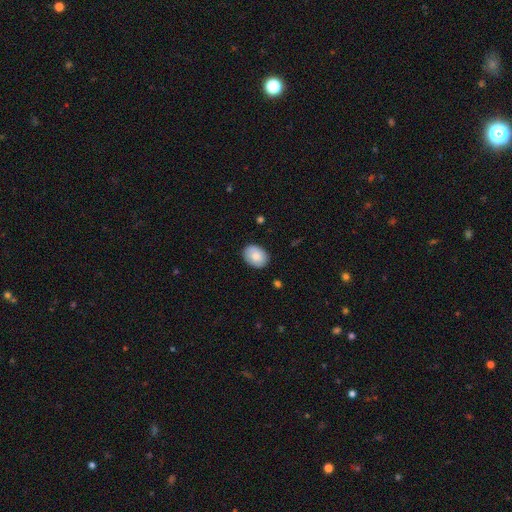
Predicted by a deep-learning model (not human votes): smooth_or_featured: smooth (p=0.84) [alt: featured or disk p=0.09]
how_rounded: in between (p=0.74) [alt: round p=0.25]
merging: none (p=0.86) [alt: minor disturbance p=0.11]